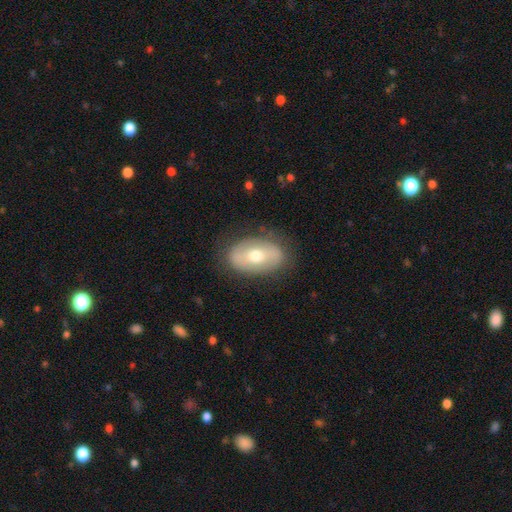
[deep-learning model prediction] Smooth or featured?
  - featured or disk: 51% *
  - smooth: 40%
  - star or artifact: 9%
Edge-on disk?
  - no: 91% *
  - yes: 9%
Merging?
  - none: 82% *
  - minor disturbance: 12%
  - major disturbance: 4%
  - merger: 1%